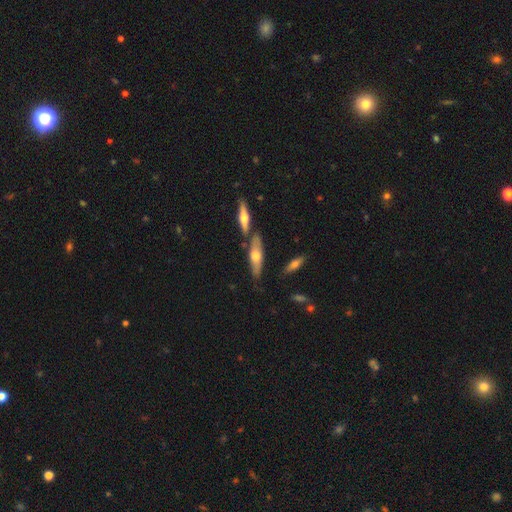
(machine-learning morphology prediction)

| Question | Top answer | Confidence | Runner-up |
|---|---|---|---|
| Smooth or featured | featured or disk | 48% | smooth (46%) |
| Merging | none | 68% | merger (16%) |